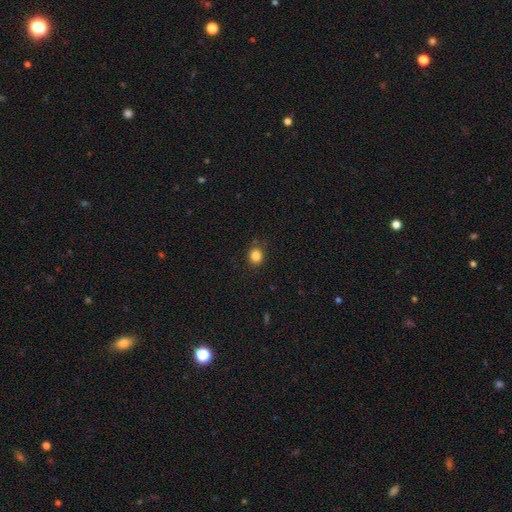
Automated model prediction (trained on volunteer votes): This is clearly a smooth galaxy (84%). How rounded: likely round (76%). Merging: clearly none (83%).